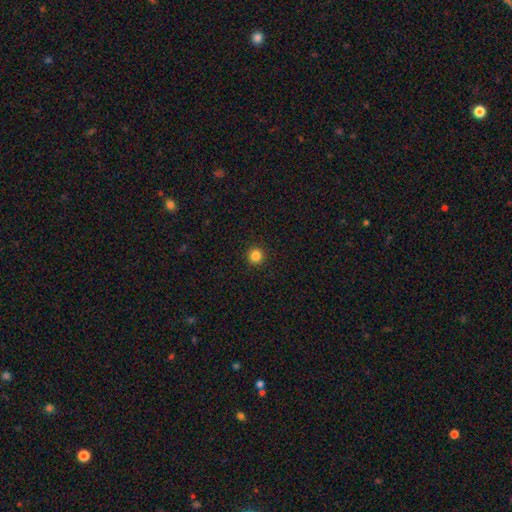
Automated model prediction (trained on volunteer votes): A smooth galaxy with no disk features (85%) that is round (96%). Merging: none (93%).